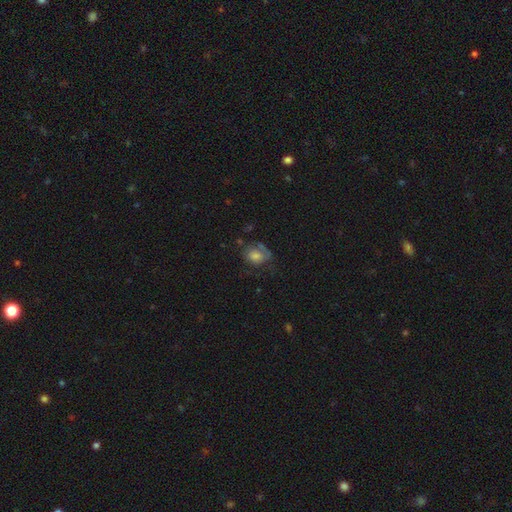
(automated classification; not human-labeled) Q: Smooth or featured?
A: smooth (49%); runner-up: featured or disk (37%)
Q: Merging?
A: none (47%); runner-up: minor disturbance (25%)